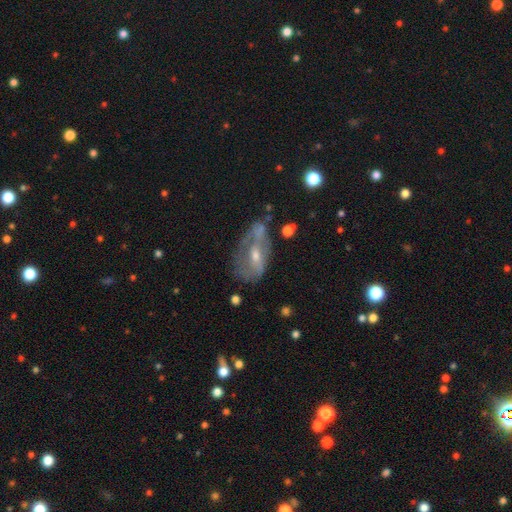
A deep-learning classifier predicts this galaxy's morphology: type=featured or disk (64%); edge-on=no (91%); bar=no (47%); spiral arms=yes (51%); bulge=small (47%, tied with moderate); merging=none (40%).